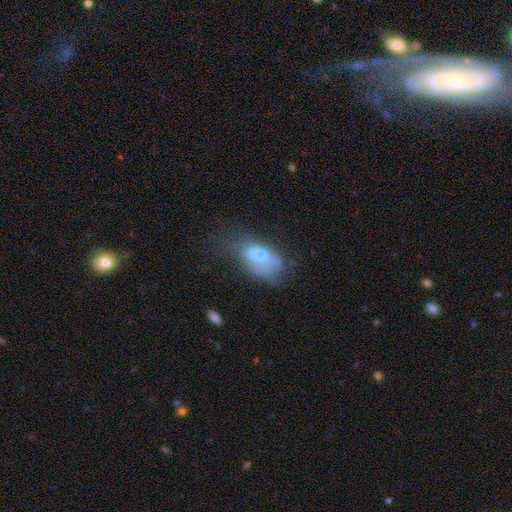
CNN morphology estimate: A smooth galaxy with no disk features (58%) that is in between round and cigar-shaped (88%).

Vote fractions:
- Smooth or featured? smooth: 58% / featured or disk: 31% / star or artifact: 11%
- How rounded? in between: 88% / round: 9% / cigar-shaped: 3%
- Merging? none: 33% / major disturbance: 31% / minor disturbance: 31% / merger: 5%